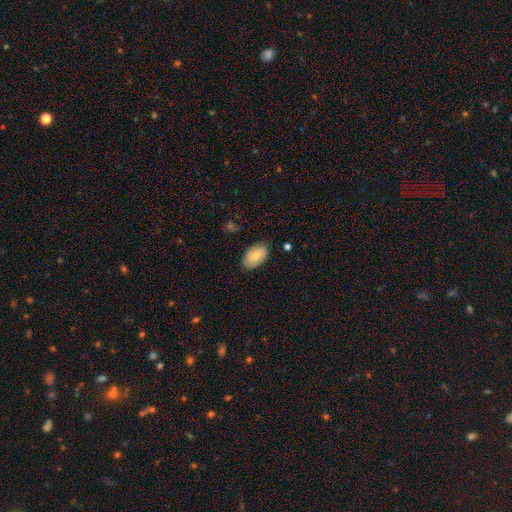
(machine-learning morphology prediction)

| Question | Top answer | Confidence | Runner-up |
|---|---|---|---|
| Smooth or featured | smooth | 73% | featured or disk (20%) |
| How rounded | in between | 94% | round (4%) |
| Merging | none | 82% | minor disturbance (14%) |